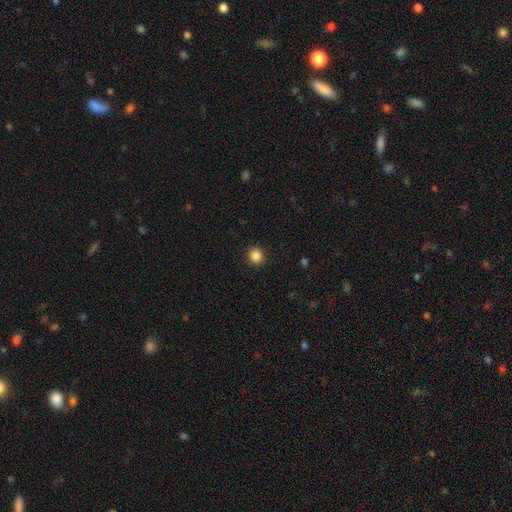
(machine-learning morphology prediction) smooth-or-featured: smooth: 87% | star or artifact: 10% | featured or disk: 3%
  how-rounded: round: 92% | in between: 7% | cigar-shaped: 1%
  merging: none: 92% | minor disturbance: 5% | major disturbance: 2% | merger: 1%